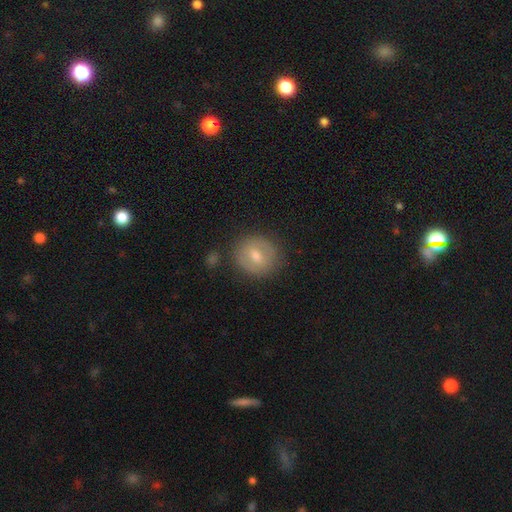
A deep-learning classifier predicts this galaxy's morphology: Smooth or featured: smooth — 58% (featured or disk — 32%)
How rounded: round — 84% (in between — 15%)
Merging: none — 84% (minor disturbance — 11%)